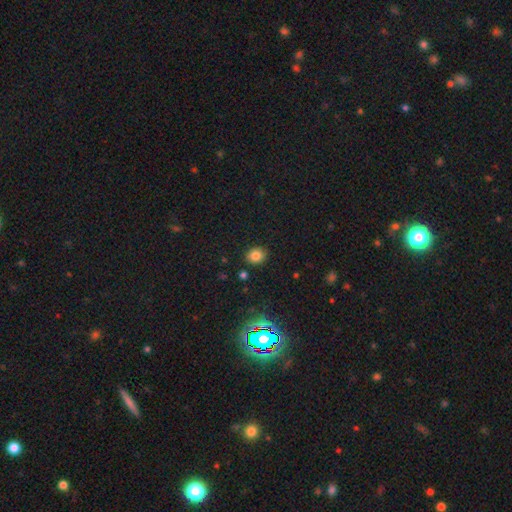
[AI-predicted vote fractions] smooth-or-featured: smooth: 81% | star or artifact: 13% | featured or disk: 6%
  how-rounded: round: 62% | in between: 37% | cigar-shaped: 1%
  merging: none: 88% | minor disturbance: 8% | major disturbance: 2% | merger: 2%